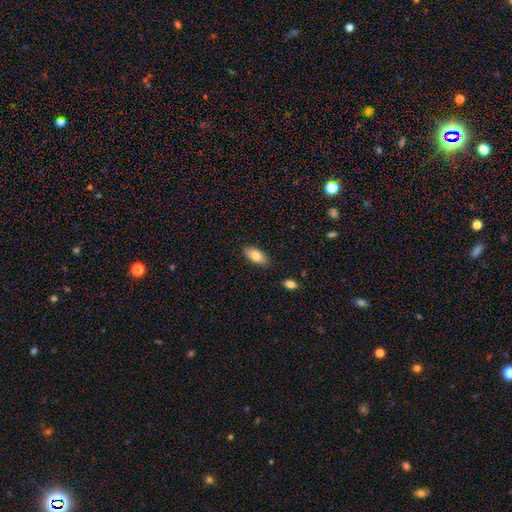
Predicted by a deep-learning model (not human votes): Smooth or featured: smooth — 81% (featured or disk — 12%)
How rounded: in between — 90% (cigar-shaped — 7%)
Merging: none — 85% (minor disturbance — 11%)